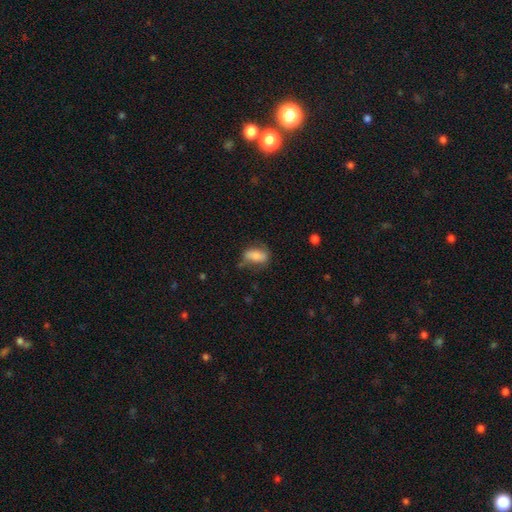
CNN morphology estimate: smooth-or-featured: smooth: 73% | featured or disk: 19% | star or artifact: 8%
  how-rounded: in between: 85% | cigar-shaped: 8% | round: 7%
  merging: none: 57% | minor disturbance: 27% | major disturbance: 13% | merger: 3%